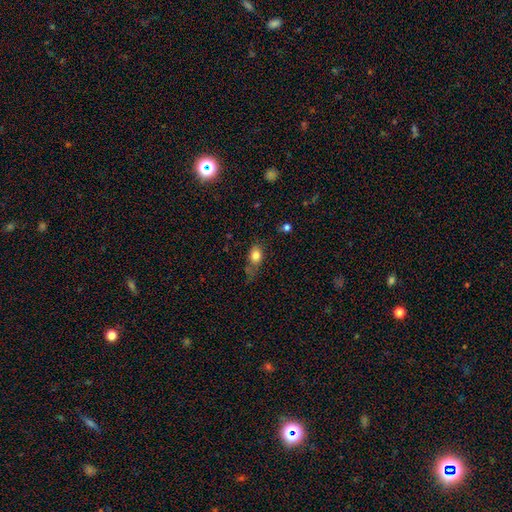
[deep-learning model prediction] Morphology: type=smooth (80%); roundness=in between (69%); merging=none (48%).